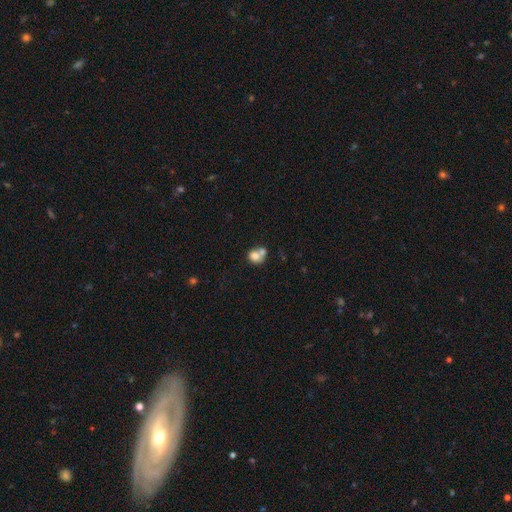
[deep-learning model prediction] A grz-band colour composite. It shows a smooth galaxy with no disk features (73%) that is round (69%). Merging: merger (58%).